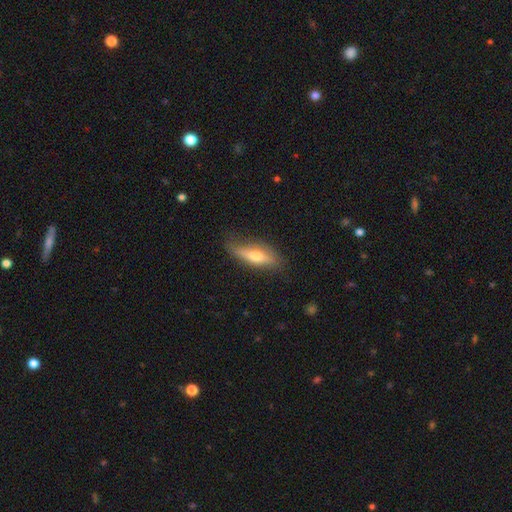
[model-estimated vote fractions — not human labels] Overall: smooth (55%; featured or disk 39%). How rounded: cigar-shaped (52%; in between 46%). Merging: none (67%).